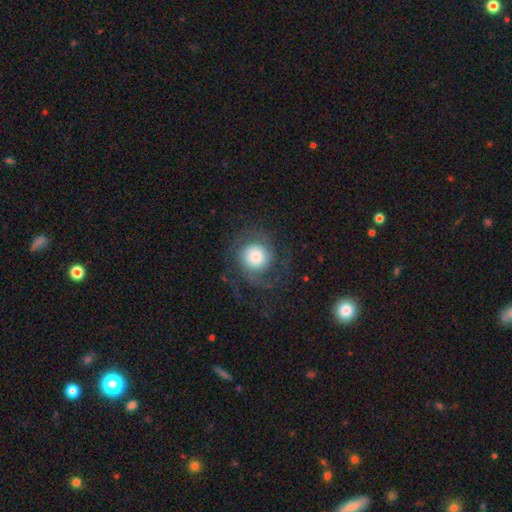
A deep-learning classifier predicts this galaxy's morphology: This is possibly a featured or disk galaxy (54%). It is clearly not viewed edge-on (98%). Bar: clearly no (82%). Spiral arm pattern: clearly yes (87%). Central bulge: possibly large (45%). Merging: likely none (68%).